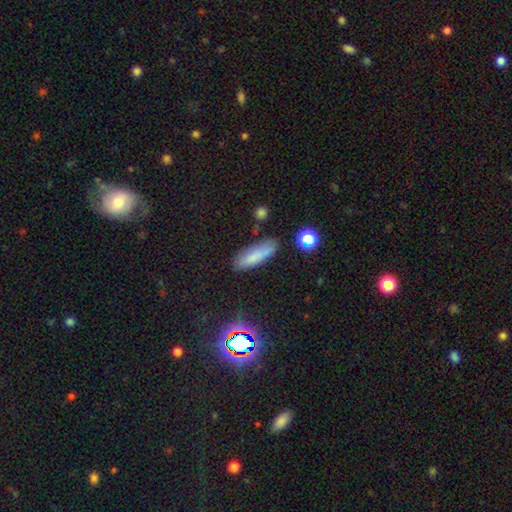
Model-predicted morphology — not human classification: The model was most divided on "how rounded": cigar-shaped: 52%, in between: 45%, round: 3%. More confident: merging — none (78%); smooth or featured — smooth (75%).